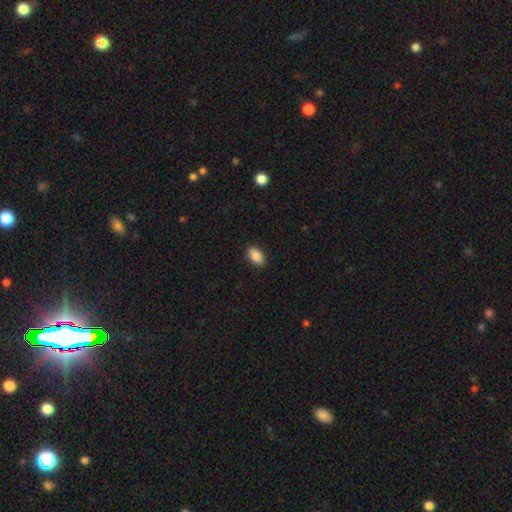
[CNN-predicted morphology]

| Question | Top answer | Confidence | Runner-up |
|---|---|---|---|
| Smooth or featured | smooth | 89% | star or artifact (7%) |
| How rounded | in between | 93% | round (4%) |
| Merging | none | 90% | minor disturbance (8%) |